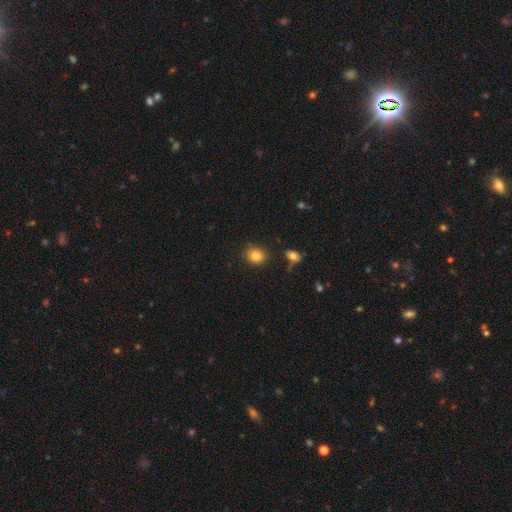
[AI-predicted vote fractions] Smooth or featured? smooth (84%)
How rounded? round (72%)
Merging? none (84%)